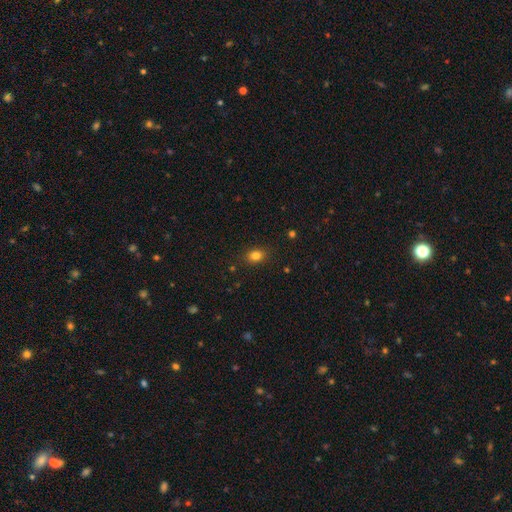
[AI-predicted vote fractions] Smooth or featured?
  - smooth: 82% *
  - star or artifact: 12%
  - featured or disk: 6%
How rounded?
  - in between: 65% *
  - round: 34%
  - cigar-shaped: 1%
Merging?
  - none: 87% *
  - minor disturbance: 9%
  - major disturbance: 3%
  - merger: 1%